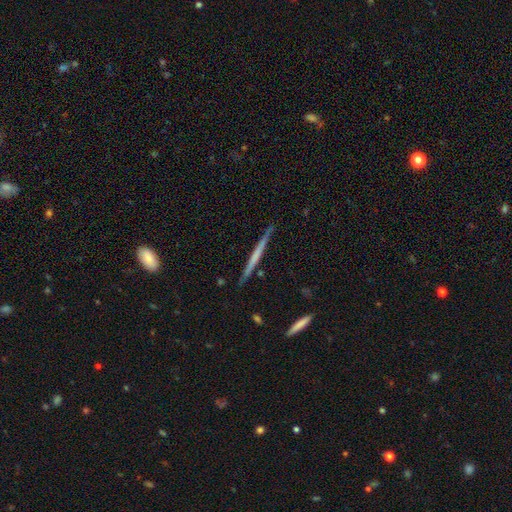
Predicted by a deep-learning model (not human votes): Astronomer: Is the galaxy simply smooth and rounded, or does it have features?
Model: featured or disk — 57% (runner-up: smooth, 37%).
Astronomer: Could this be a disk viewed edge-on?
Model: yes — 98%.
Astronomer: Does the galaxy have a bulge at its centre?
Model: none — 82%.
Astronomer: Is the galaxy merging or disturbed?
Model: none — 89%.